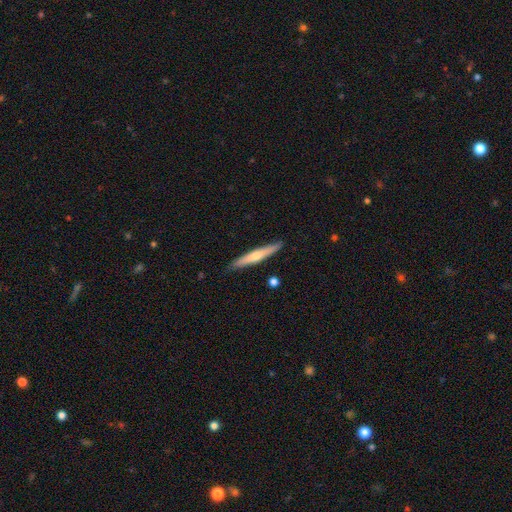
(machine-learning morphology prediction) A featured or disk galaxy (50%) viewed edge-on (96%).

Vote fractions:
- Smooth or featured? featured or disk: 50% / smooth: 44% / star or artifact: 5%
- Edge-on disk? yes: 96% / no: 4%
- Merging? none: 89% / minor disturbance: 8% / merger: 2% / major disturbance: 1%